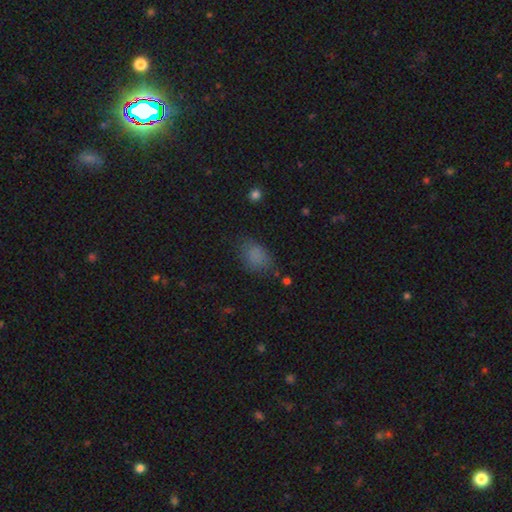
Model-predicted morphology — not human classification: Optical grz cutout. It shows a smooth galaxy with no disk features (79%) that is in between round and cigar-shaped (82%). Merging: none (65%).